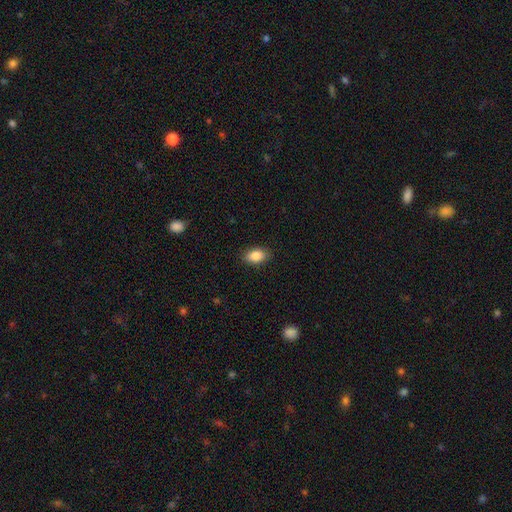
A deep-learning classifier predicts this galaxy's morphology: Smooth or featured? smooth (86%)
How rounded? in between (88%)
Merging? none (88%)